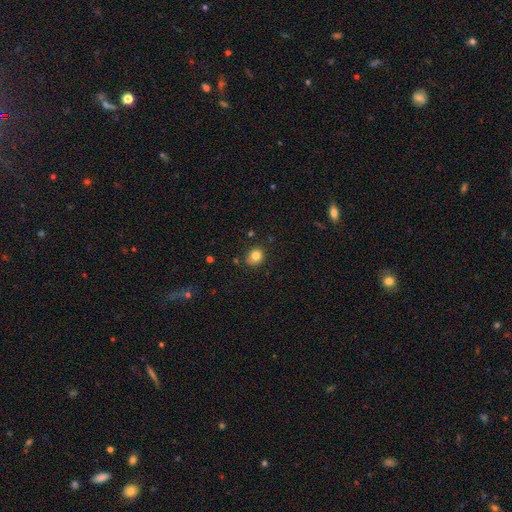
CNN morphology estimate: Q: Smooth or featured?
A: smooth (81%); runner-up: star or artifact (11%)
Q: How rounded?
A: round (73%); runner-up: in between (26%)
Q: Merging?
A: none (77%); runner-up: minor disturbance (16%)